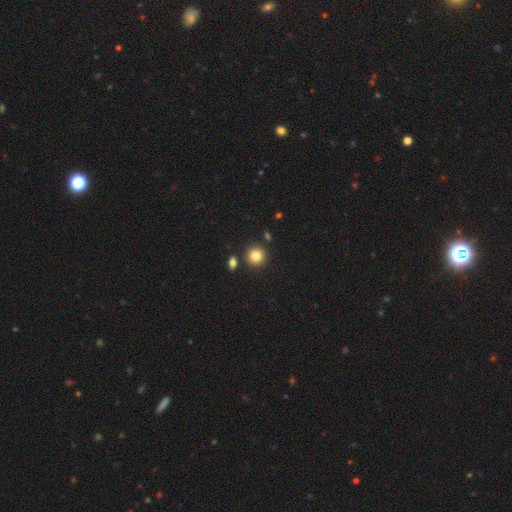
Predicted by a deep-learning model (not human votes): Smooth or featured?
  - smooth: 83% *
  - star or artifact: 11%
  - featured or disk: 6%
How rounded?
  - round: 93% *
  - in between: 6%
  - cigar-shaped: 1%
Merging?
  - none: 86% *
  - minor disturbance: 6%
  - merger: 6%
  - major disturbance: 2%